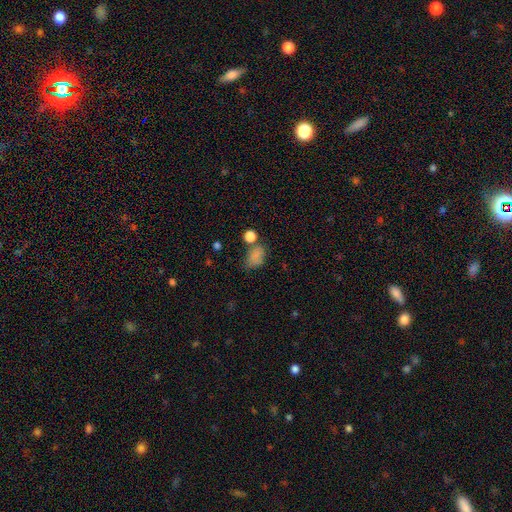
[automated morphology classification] smooth 78%, star or artifact 14%, featured or disk 8%. Down the decision tree: how rounded — in between (75%); merging — none (47%).